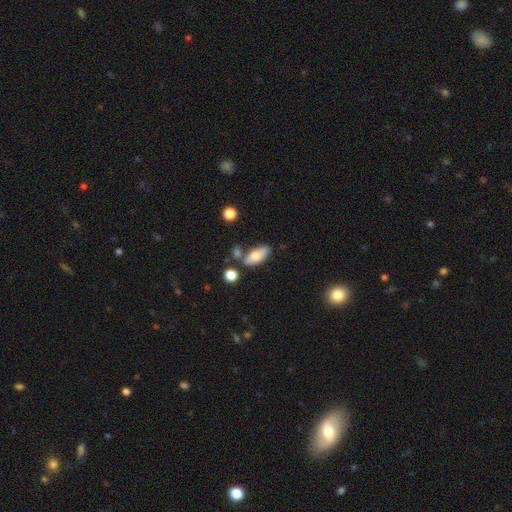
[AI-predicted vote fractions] smooth 71%, featured or disk 22%, star or artifact 7%. Down the decision tree: how rounded — in between (85%); merging — none (68%).